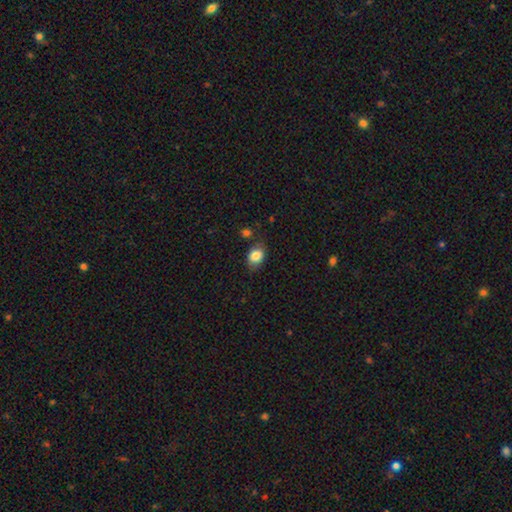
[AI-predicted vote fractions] The model was most divided on "how rounded": in between: 67%, round: 32%, cigar-shaped: 1%. More confident: smooth or featured — smooth (84%); merging — none (76%).